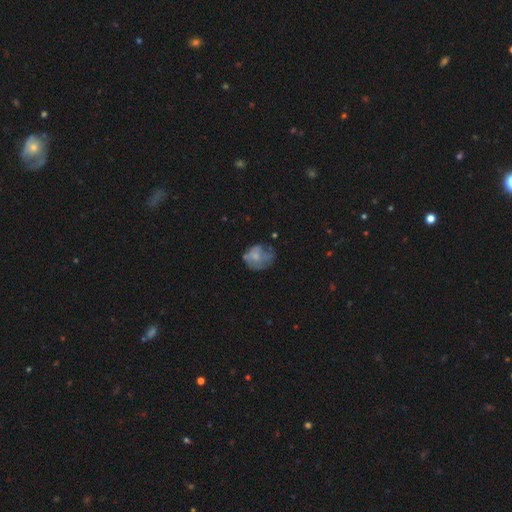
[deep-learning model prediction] A smooth galaxy with no disk features (53%) that is round (56%).

Vote fractions:
- Smooth or featured? smooth: 53% / featured or disk: 37% / star or artifact: 10%
- How rounded? round: 56% / in between: 43% / cigar-shaped: 1%
- Merging? none: 42% / minor disturbance: 29% / major disturbance: 25% / merger: 3%